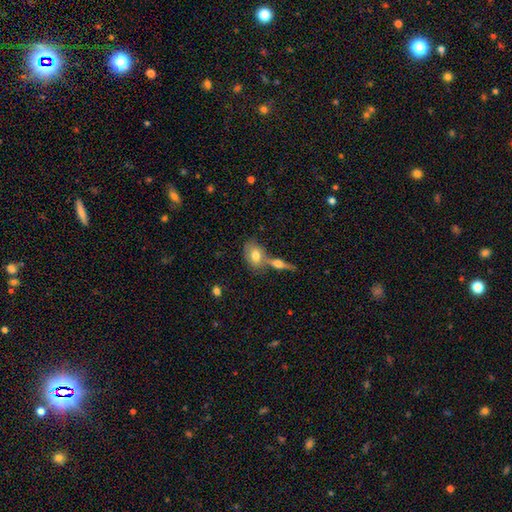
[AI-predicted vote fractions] Smooth or featured? Predicted: smooth (p=0.69). How rounded? Predicted: in between (p=0.78). Merging? Predicted: none (p=0.45).